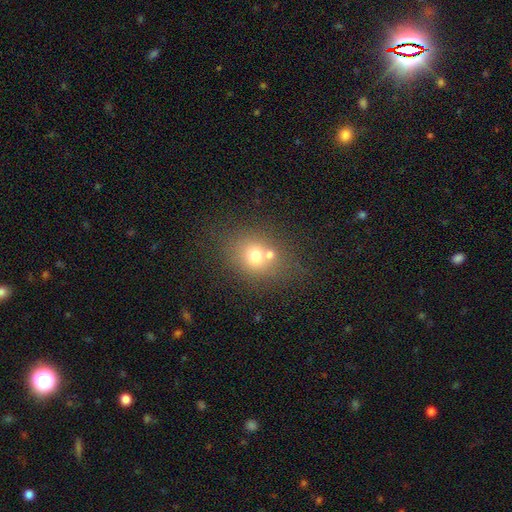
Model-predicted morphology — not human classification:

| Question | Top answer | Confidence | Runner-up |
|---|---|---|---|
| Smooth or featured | smooth | 67% | featured or disk (18%) |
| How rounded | round | 68% | in between (31%) |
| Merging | none | 47% | merger (38%) |